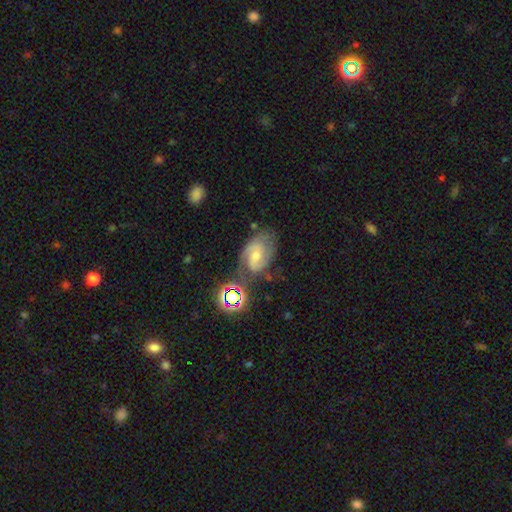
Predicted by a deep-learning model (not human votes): Smooth or featured: featured or disk — 69% (smooth — 18%)
Edge-on disk: no — 97% (yes — 3%)
Bar: weak — 51% (no — 37%)
Spiral arms: yes — 92% (no — 8%)
Spiral winding: medium — 51% (tight — 30%)
Spiral arm count: 2 — 72% (can't tell — 14%)
Bulge size: small — 45% (moderate — 42%)
Merging: none — 54% (minor disturbance — 24%)